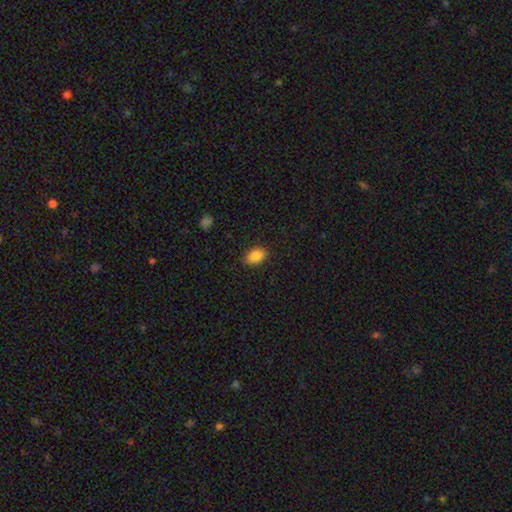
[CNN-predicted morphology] This appears to be a smooth galaxy with no disk features (85%) that is in between round and cigar-shaped (87%). Merging: none (87%).